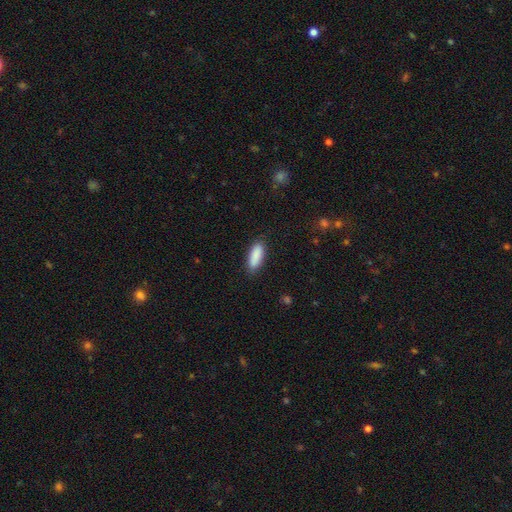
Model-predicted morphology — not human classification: type=smooth (90%); roundness=in between (67%); merging=none (87%).